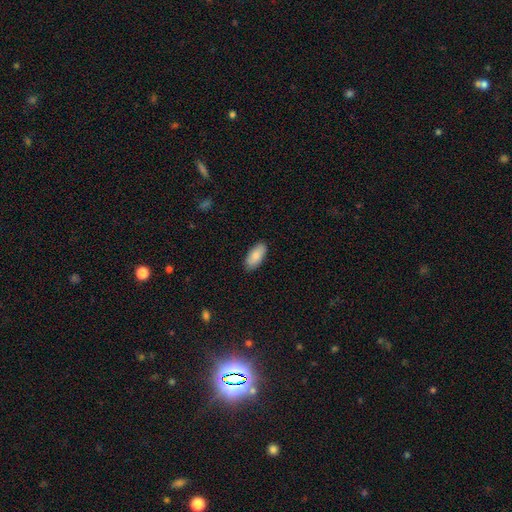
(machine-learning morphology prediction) type=smooth (86%); roundness=in between (90%); merging=none (88%).